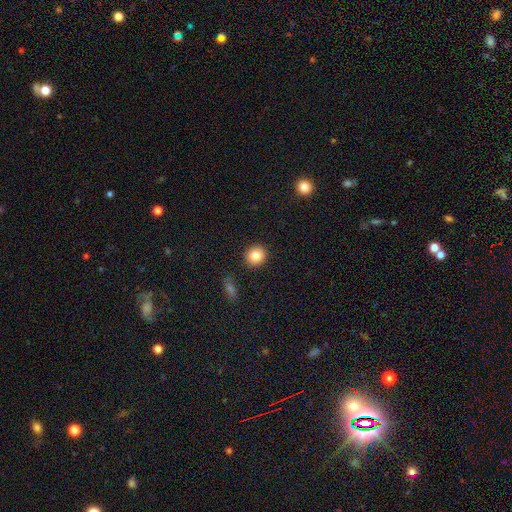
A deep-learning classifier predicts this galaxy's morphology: Smooth or featured? smooth (86%)
How rounded? round (82%)
Merging? none (90%)